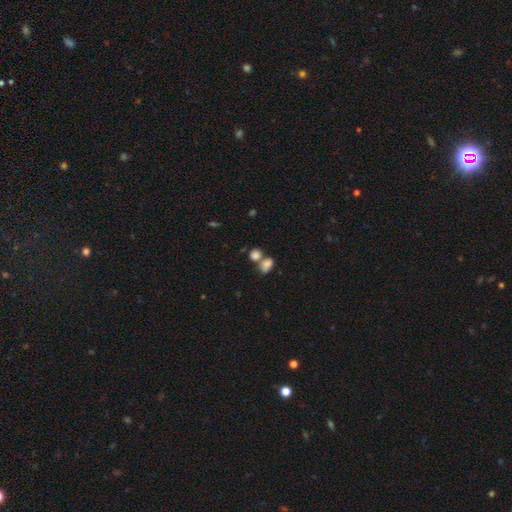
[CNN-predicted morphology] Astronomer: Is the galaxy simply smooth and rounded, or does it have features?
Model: smooth — 82%.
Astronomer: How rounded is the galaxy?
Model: in between — 50% (runner-up: round, 48%).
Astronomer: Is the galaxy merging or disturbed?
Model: merger — 51% (runner-up: none, 36%).